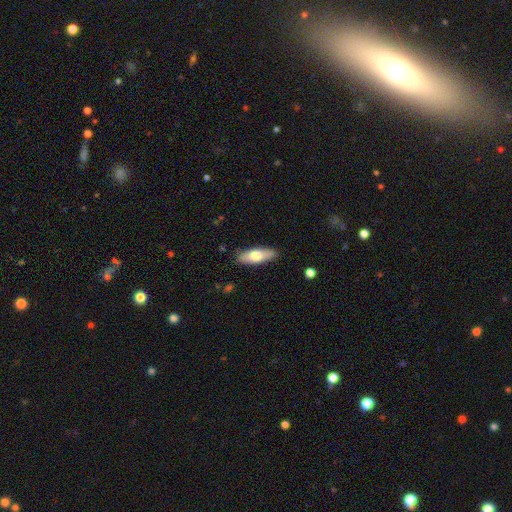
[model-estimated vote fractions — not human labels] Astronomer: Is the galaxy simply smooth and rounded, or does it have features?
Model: smooth — 67%.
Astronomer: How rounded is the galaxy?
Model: in between — 63%.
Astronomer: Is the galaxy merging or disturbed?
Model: none — 87%.